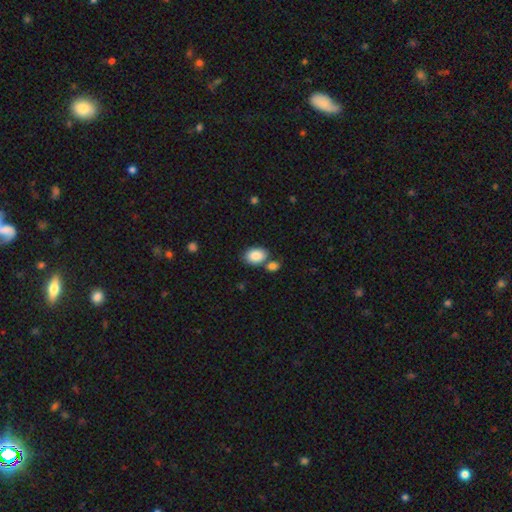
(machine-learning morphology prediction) type=smooth (86%); roundness=in between (79%); merging=none (63%).